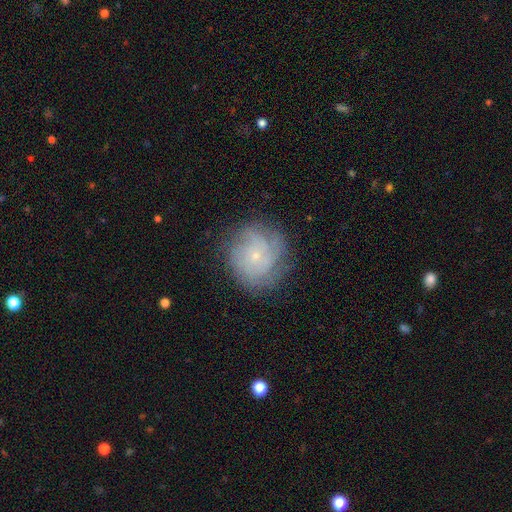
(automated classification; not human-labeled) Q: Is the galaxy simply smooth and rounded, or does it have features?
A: featured or disk — 63%.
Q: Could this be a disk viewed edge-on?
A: no — 97%.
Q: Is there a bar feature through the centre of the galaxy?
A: no — 83%.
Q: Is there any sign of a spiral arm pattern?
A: yes — 87%.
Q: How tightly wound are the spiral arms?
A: tight — 65%.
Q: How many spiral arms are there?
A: can't tell — 46%.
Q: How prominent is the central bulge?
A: small — 82%.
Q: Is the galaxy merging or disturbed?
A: none — 75%.